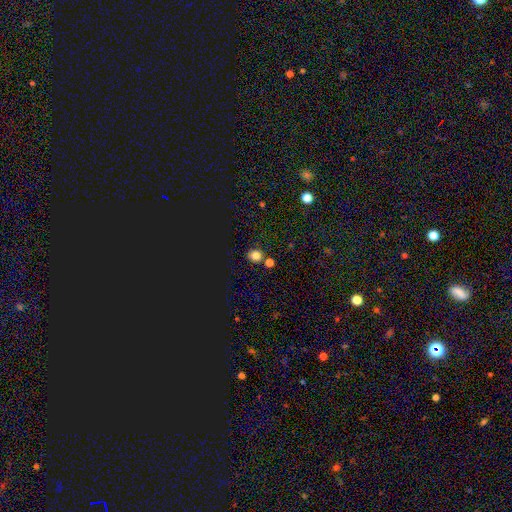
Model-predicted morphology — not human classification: A smooth galaxy with no disk features (78%) that is round (83%). Merging: none (81%).